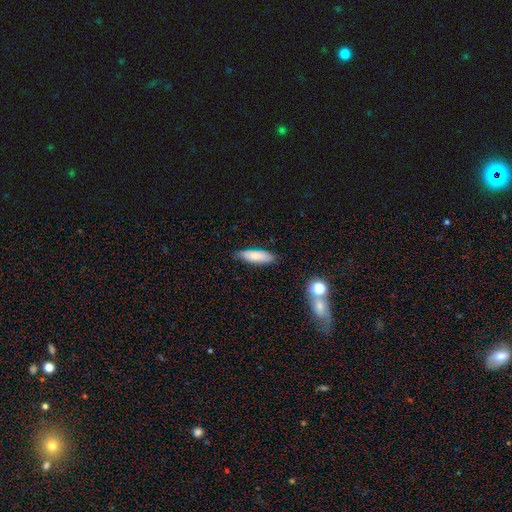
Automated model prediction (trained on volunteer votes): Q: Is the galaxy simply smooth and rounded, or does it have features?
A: smooth — 81%.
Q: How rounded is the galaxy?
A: in between — 57%.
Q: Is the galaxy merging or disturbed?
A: none — 82%.